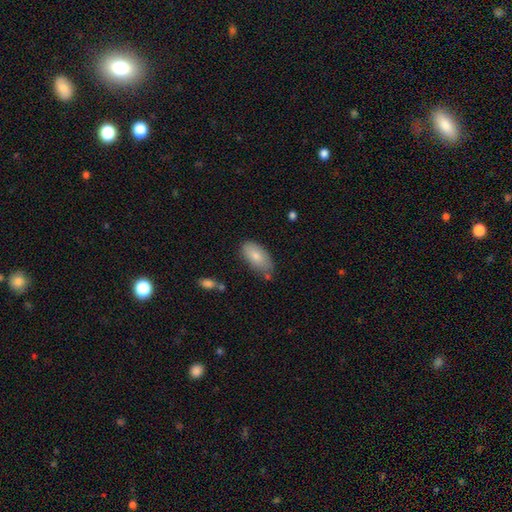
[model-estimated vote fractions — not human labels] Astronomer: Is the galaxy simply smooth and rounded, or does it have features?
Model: smooth — 80%.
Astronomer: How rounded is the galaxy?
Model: in between — 93%.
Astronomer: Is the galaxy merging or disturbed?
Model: none — 66%.